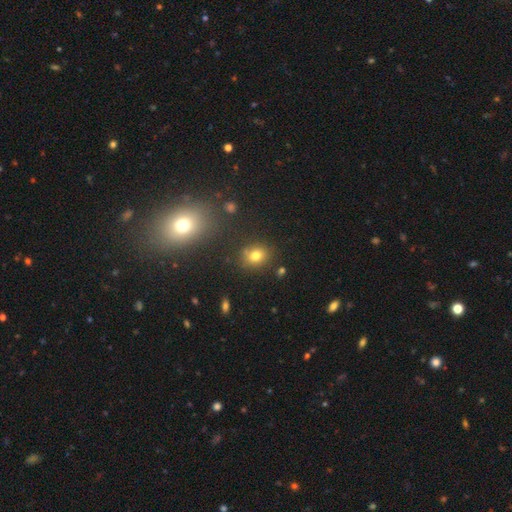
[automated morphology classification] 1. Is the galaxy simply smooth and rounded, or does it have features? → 75% smooth, 16% star or artifact, 9% featured or disk.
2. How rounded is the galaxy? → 60% round, 39% in between, 1% cigar-shaped.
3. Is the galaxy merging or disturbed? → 78% none, 11% minor disturbance, 7% merger, 3% major disturbance.